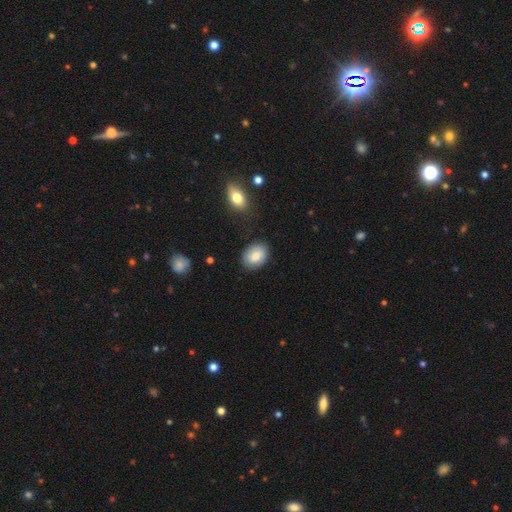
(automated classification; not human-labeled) Smooth or featured?
  - smooth: 85% *
  - featured or disk: 8%
  - star or artifact: 7%
How rounded?
  - in between: 75% *
  - round: 24%
  - cigar-shaped: 1%
Merging?
  - none: 84% *
  - minor disturbance: 12%
  - major disturbance: 3%
  - merger: 2%